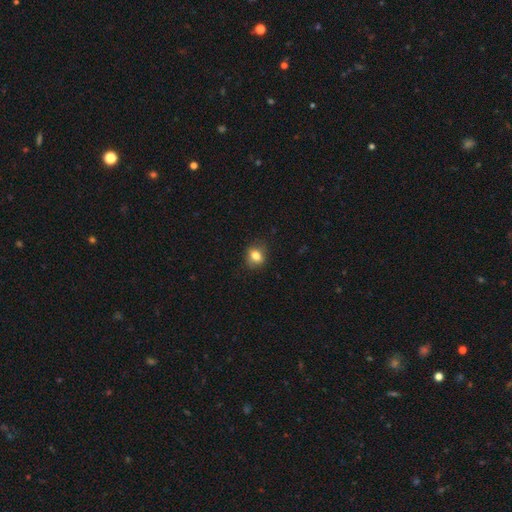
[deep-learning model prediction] smooth-or-featured: smooth: 79% | featured or disk: 11% | star or artifact: 10%
  how-rounded: in between: 53% | round: 45% | cigar-shaped: 2%
  merging: none: 80% | minor disturbance: 15% | major disturbance: 4% | merger: 1%